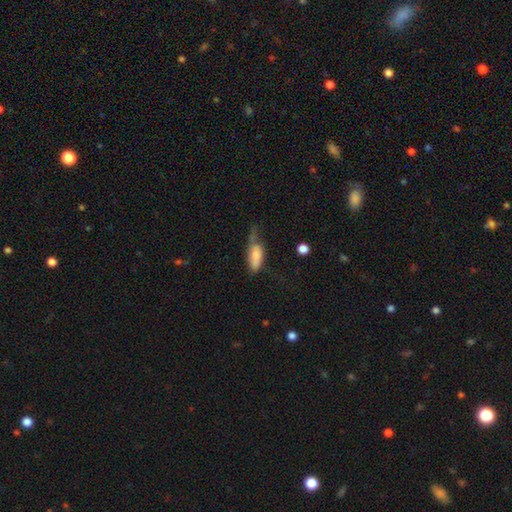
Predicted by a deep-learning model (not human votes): smooth 74%, featured or disk 19%, star or artifact 7%. Down the decision tree: how rounded — in between (76%); merging — minor disturbance (34%).